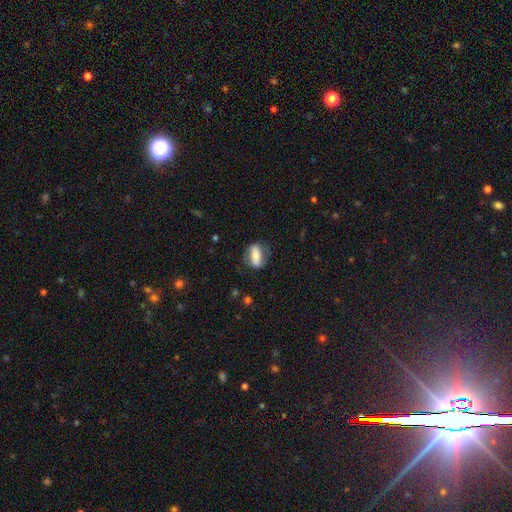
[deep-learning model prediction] The model was most divided on "smooth or featured": smooth: 62%, featured or disk: 30%, star or artifact: 8%. More confident: how rounded — in between (76%); merging — none (68%).